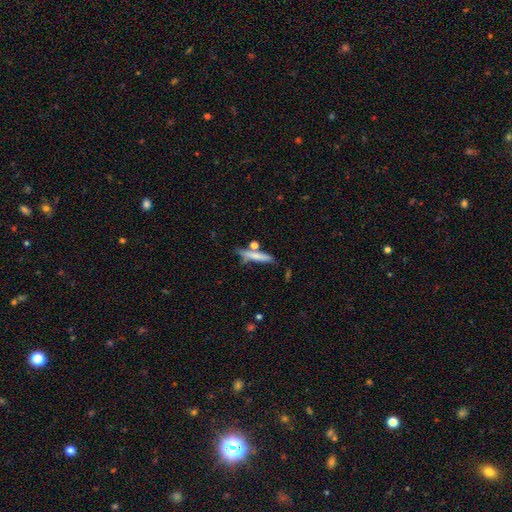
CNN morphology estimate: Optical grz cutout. It shows a smooth galaxy with no disk features (67%) that is cigar-shaped (89%). Merging: none (66%).